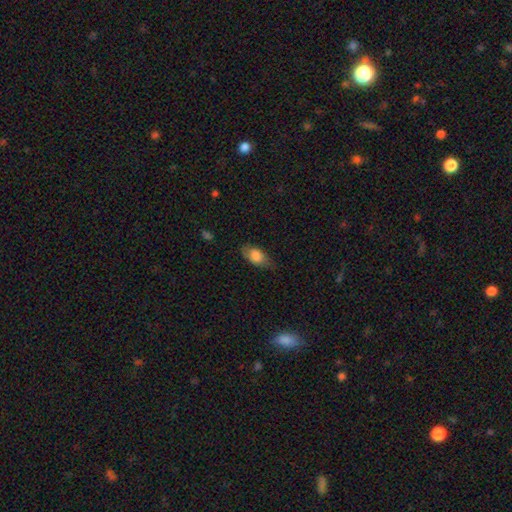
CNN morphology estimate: smooth_or_featured: smooth (p=0.79) [alt: featured or disk p=0.14]
how_rounded: in between (p=0.88) [alt: round p=0.06]
merging: none (p=0.69) [alt: minor disturbance p=0.23]